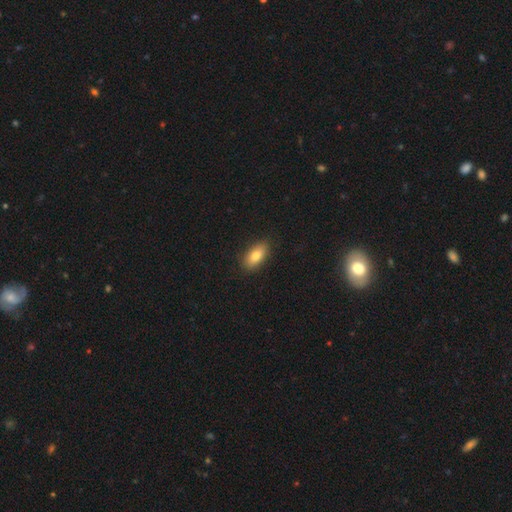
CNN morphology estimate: Smooth or featured? smooth (79%)
How rounded? in between (88%)
Merging? none (86%)